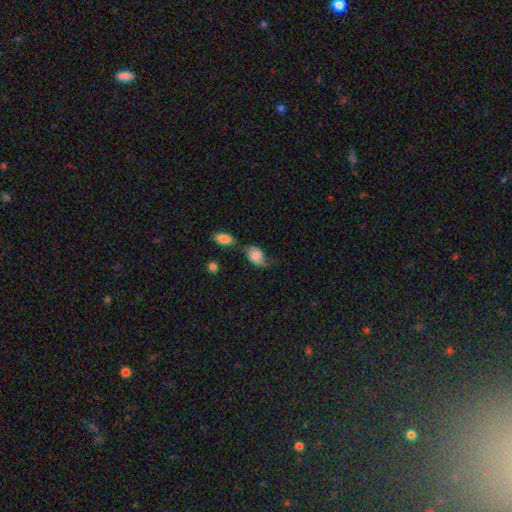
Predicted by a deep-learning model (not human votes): Smooth or featured?
  - smooth: 60% *
  - featured or disk: 31%
  - star or artifact: 9%
How rounded?
  - in between: 80% *
  - round: 18%
  - cigar-shaped: 2%
Merging?
  - none: 37% *
  - minor disturbance: 27%
  - major disturbance: 20%
  - merger: 17%